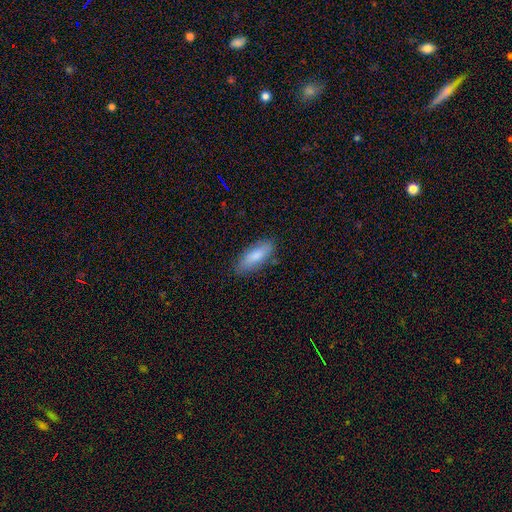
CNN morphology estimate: Overall: smooth (81%). How rounded: in between (71%). Merging: none (81%).